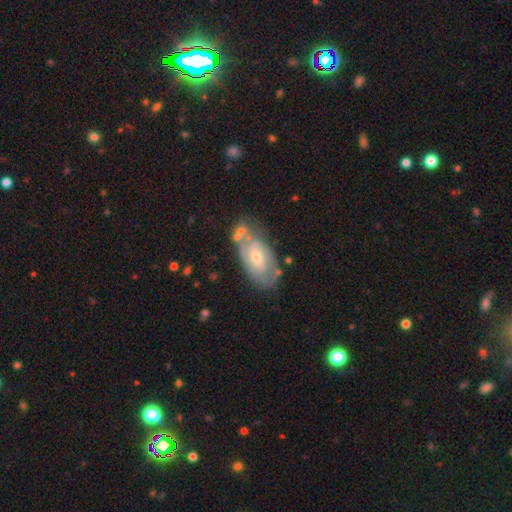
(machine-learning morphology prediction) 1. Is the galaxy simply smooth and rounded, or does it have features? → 66% featured or disk, 28% smooth, 6% star or artifact.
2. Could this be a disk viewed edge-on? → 93% no, 7% yes.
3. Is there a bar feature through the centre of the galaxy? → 64% no, 29% weak, 6% strong.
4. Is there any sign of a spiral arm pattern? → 69% yes, 31% no.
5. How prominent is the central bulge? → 54% small, 42% moderate, 2% large, 1% none, 1% dominant.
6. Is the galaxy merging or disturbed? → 53% none, 24% minor disturbance, 13% merger, 10% major disturbance.